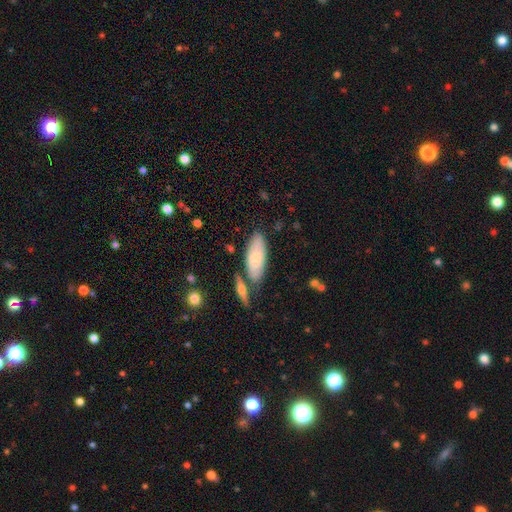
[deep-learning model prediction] smooth_or_featured: smooth (p=0.74) [alt: featured or disk p=0.19]
how_rounded: in between (p=0.79) [alt: cigar-shaped p=0.19]
merging: none (p=0.64) [alt: minor disturbance p=0.16]